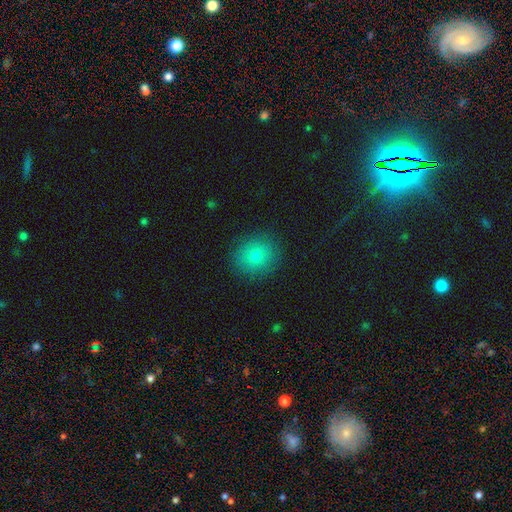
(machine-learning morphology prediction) smooth 77%, featured or disk 12%, star or artifact 12%. Down the decision tree: how rounded — round (80%); merging — none (88%).